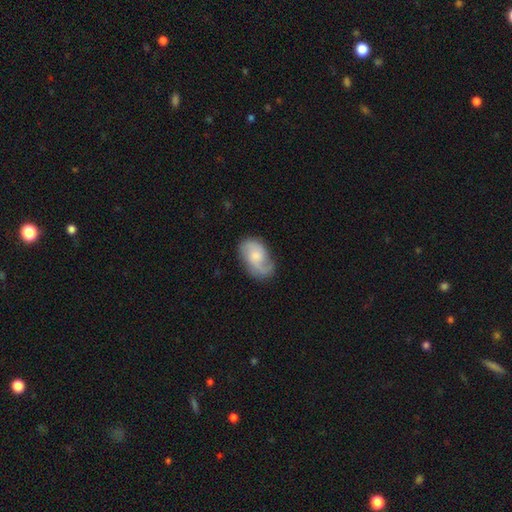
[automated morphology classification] Overall: featured or disk (68%). Edge-on disk: no (97%). Bar: no (61%; weak 34%). Spiral arms: yes (93%). Spiral arm count: 2 (79%). Spiral winding: medium (46%; loose 34%). Bulge size: moderate (40%; small 36%). Merging: none (70%).